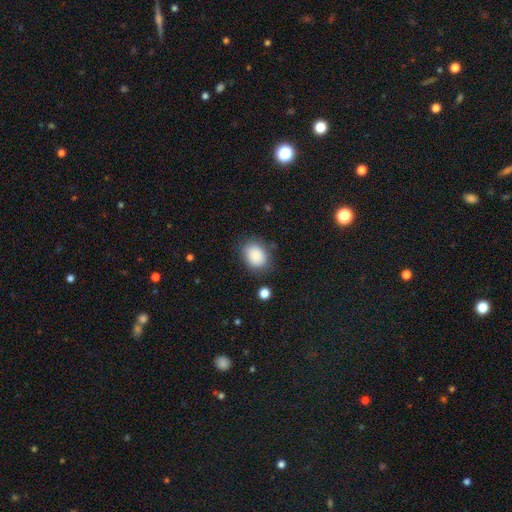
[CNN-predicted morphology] smooth-or-featured: smooth: 88% | star or artifact: 8% | featured or disk: 4%
  how-rounded: in between: 62% | round: 37% | cigar-shaped: 1%
  merging: none: 77% | minor disturbance: 15% | major disturbance: 5% | merger: 3%